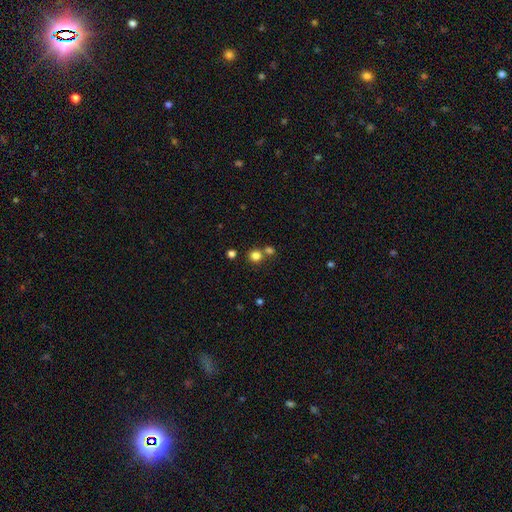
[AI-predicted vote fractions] Smooth or featured?
  - smooth: 80% *
  - star or artifact: 14%
  - featured or disk: 6%
How rounded?
  - round: 90% *
  - in between: 9%
  - cigar-shaped: 1%
Merging?
  - none: 67% *
  - merger: 23%
  - minor disturbance: 7%
  - major disturbance: 3%